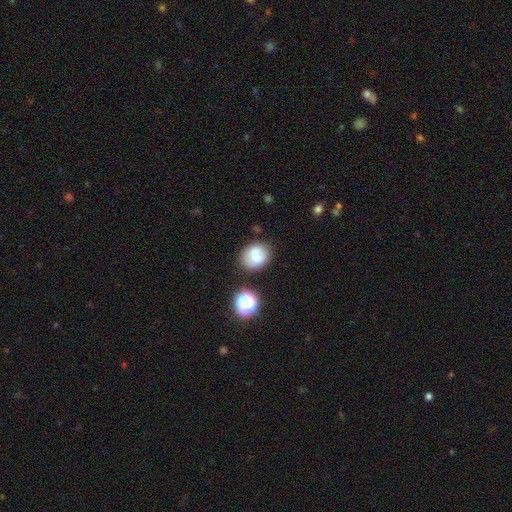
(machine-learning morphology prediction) Smooth or featured: smooth — 69% (featured or disk — 20%)
How rounded: round — 57% (in between — 42%)
Merging: none — 69% (minor disturbance — 18%)